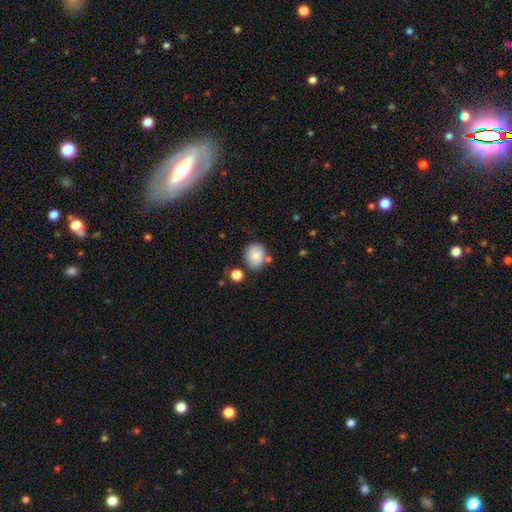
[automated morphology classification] Smooth or featured? Predicted: smooth (p=0.81). How rounded? Predicted: round (p=0.65). Merging? Predicted: none (p=0.72).